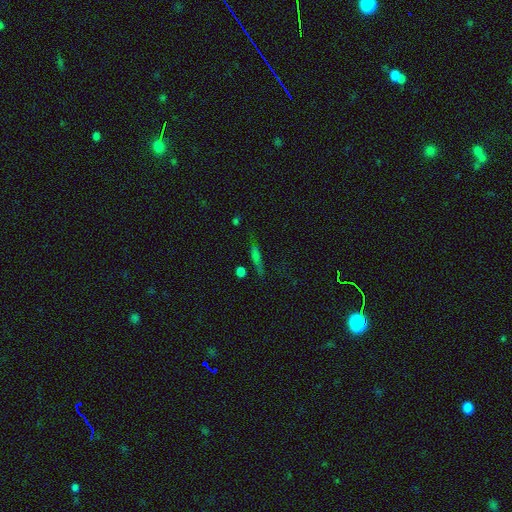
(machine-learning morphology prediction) Smooth or featured? Predicted: smooth (p=0.44). Merging? Predicted: none (p=0.76).